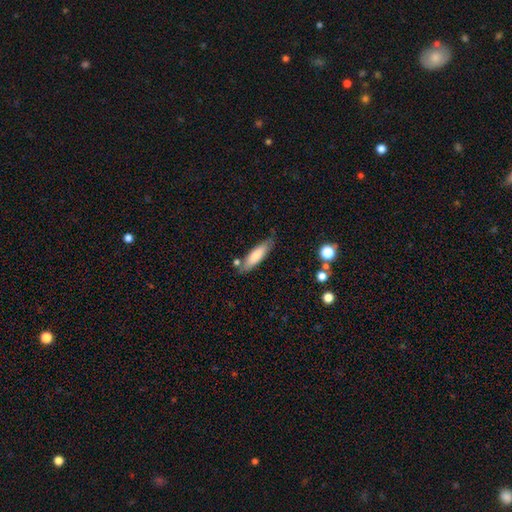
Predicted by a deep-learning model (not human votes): A smooth galaxy with no disk features (79%) that is cigar-shaped (60%). Merging: none (71%).